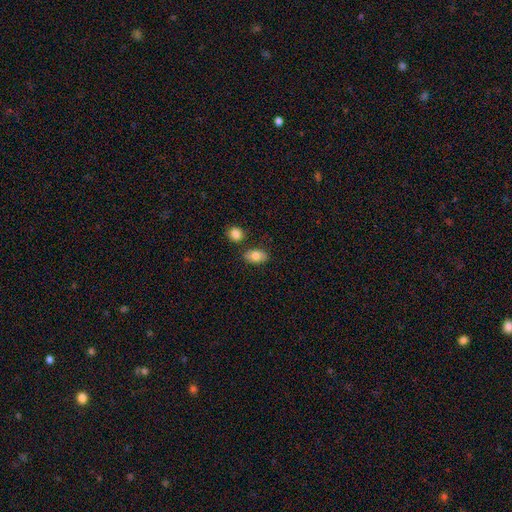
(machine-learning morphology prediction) type=smooth (80%); roundness=in between (87%); merging=none (80%).